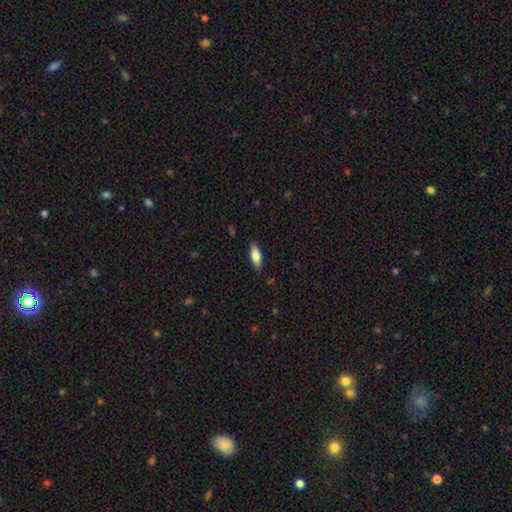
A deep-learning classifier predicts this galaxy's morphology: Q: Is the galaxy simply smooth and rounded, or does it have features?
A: smooth — 78%.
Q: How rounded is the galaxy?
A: in between — 78%.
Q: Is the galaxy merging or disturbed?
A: none — 85%.